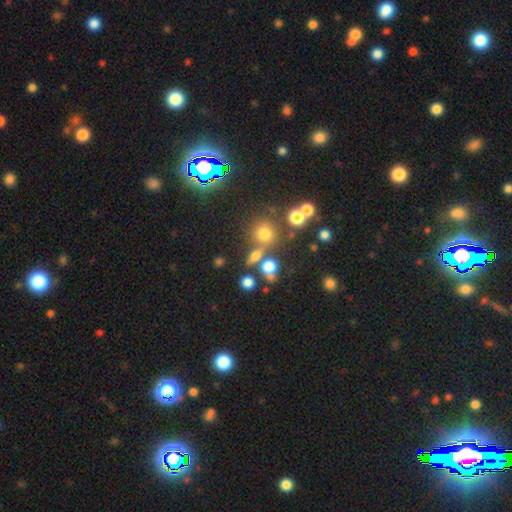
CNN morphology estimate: Smooth or featured? smooth (64%)
How rounded? round (57%)
Merging? none (61%)